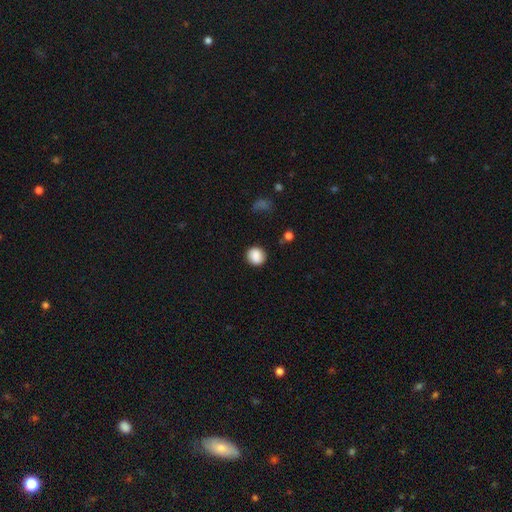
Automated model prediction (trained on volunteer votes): smooth_or_featured: smooth (p=0.87) [alt: star or artifact p=0.09]
how_rounded: round (p=0.84) [alt: in between p=0.15]
merging: none (p=0.86) [alt: minor disturbance p=0.10]